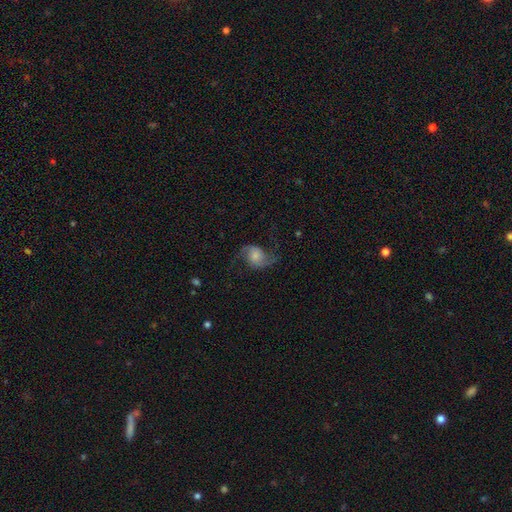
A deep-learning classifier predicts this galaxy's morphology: Smooth or featured: featured or disk — 77% (smooth — 15%)
Edge-on disk: no — 98% (yes — 2%)
Bar: no — 66% (weak — 28%)
Spiral arms: yes — 96% (no — 4%)
Spiral winding: loose — 64% (medium — 30%)
Spiral arm count: 2 — 93% (can't tell — 2%)
Bulge size: moderate — 35% (small — 34%)
Merging: none — 72% (minor disturbance — 15%)